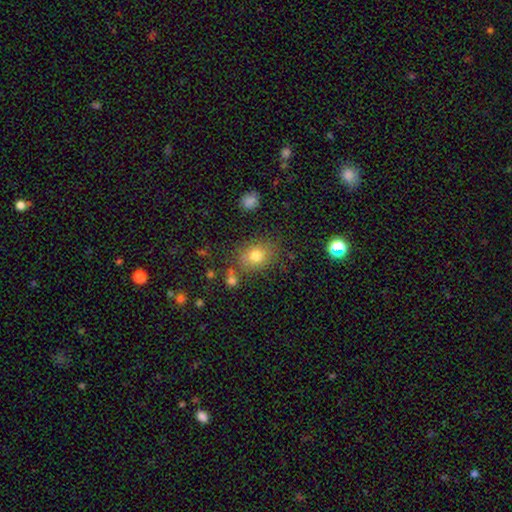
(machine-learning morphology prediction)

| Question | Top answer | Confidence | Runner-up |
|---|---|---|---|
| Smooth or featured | smooth | 77% | star or artifact (13%) |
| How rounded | round | 51% | in between (48%) |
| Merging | none | 75% | minor disturbance (14%) |